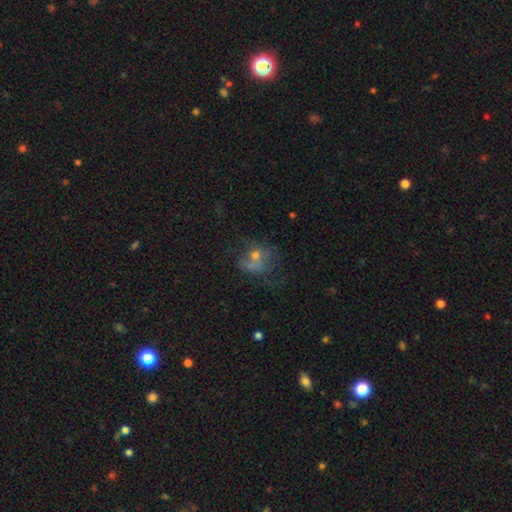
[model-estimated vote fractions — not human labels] A smooth galaxy with no disk features (47%). Merging: none (37%).